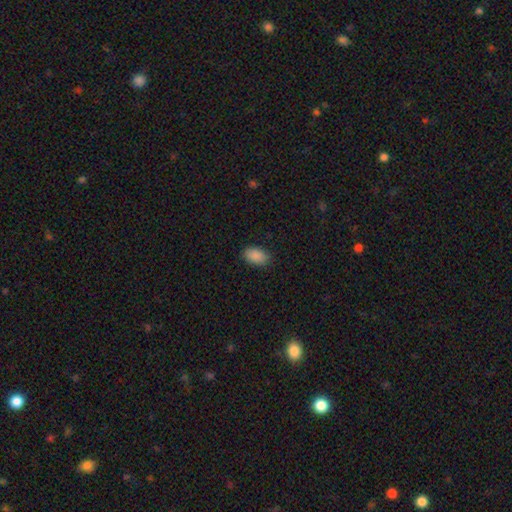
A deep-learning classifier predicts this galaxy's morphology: Overall: smooth (89%). How rounded: in between (92%). Merging: none (87%).